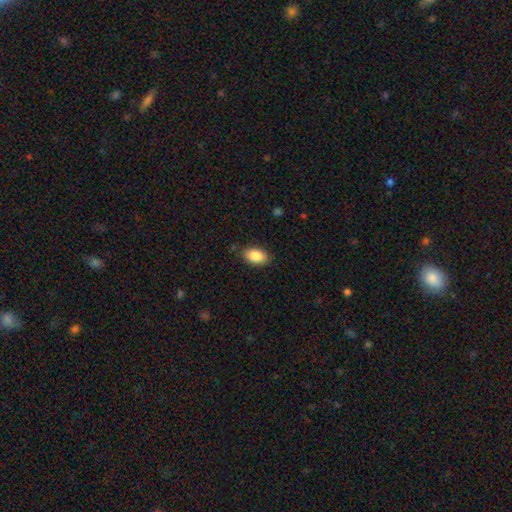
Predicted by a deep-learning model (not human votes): This is clearly a smooth galaxy (87%). How rounded: clearly in between (92%). Merging: clearly none (84%).